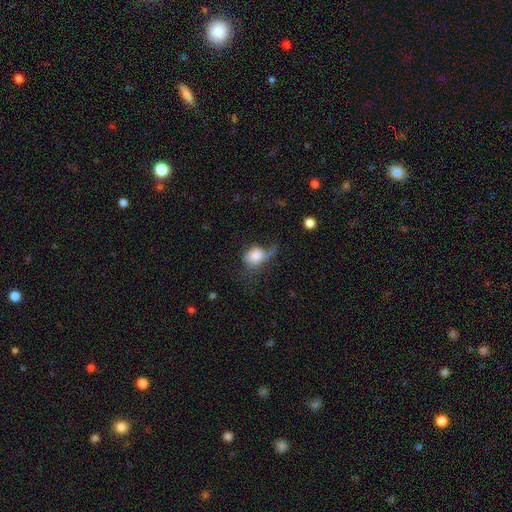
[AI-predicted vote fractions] Smooth or featured: smooth — 70% (featured or disk — 20%)
How rounded: in between — 55% (round — 43%)
Merging: major disturbance — 40% (minor disturbance — 27%)